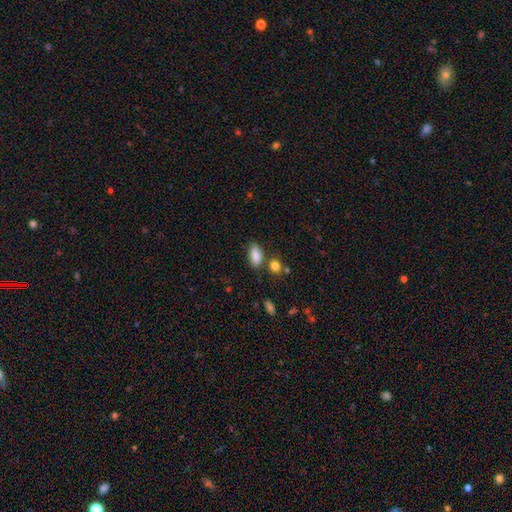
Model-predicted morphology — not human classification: A smooth galaxy with no disk features (85%) that is in between round and cigar-shaped (86%).

Vote fractions:
- Smooth or featured? smooth: 85% / star or artifact: 9% / featured or disk: 6%
- How rounded? in between: 86% / cigar-shaped: 9% / round: 5%
- Merging? none: 68% / minor disturbance: 18% / merger: 9% / major disturbance: 5%